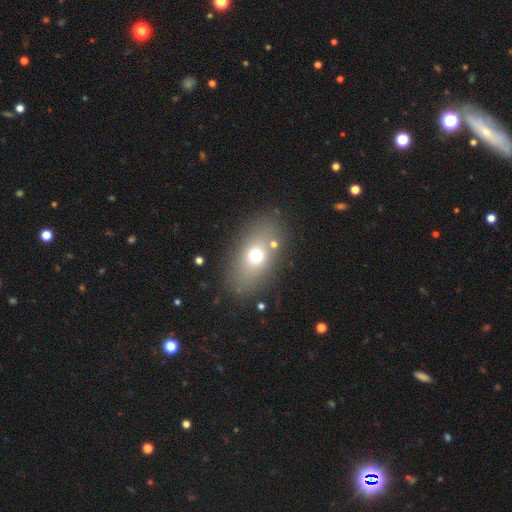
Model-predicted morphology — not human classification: Overall: smooth (66%). How rounded: in between (79%). Merging: none (81%).